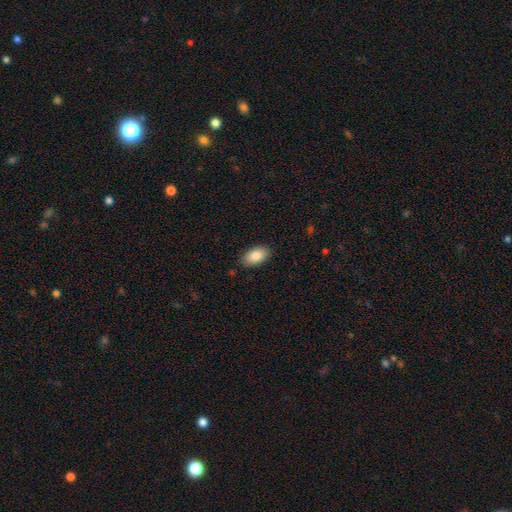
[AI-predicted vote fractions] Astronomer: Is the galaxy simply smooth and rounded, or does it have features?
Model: smooth — 86%.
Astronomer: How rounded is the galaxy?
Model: in between — 94%.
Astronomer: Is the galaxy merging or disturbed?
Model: none — 87%.